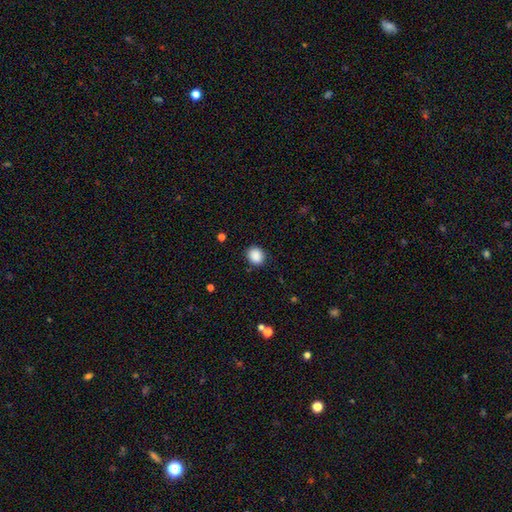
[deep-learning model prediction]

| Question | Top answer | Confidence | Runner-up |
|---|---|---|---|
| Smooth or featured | smooth | 89% | star or artifact (9%) |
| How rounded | round | 69% | in between (31%) |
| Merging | none | 87% | minor disturbance (9%) |